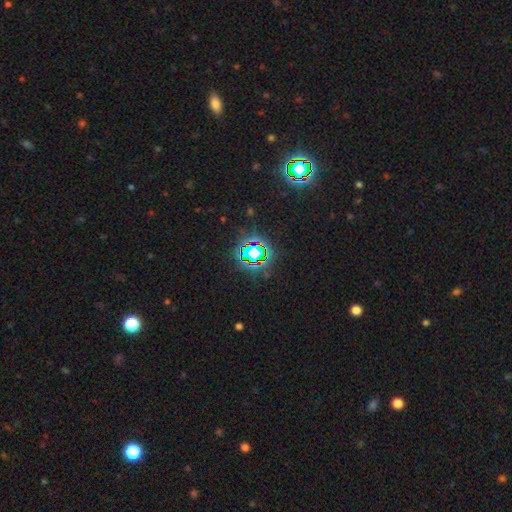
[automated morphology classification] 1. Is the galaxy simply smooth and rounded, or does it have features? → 76% star or artifact, 13% smooth, 10% featured or disk.